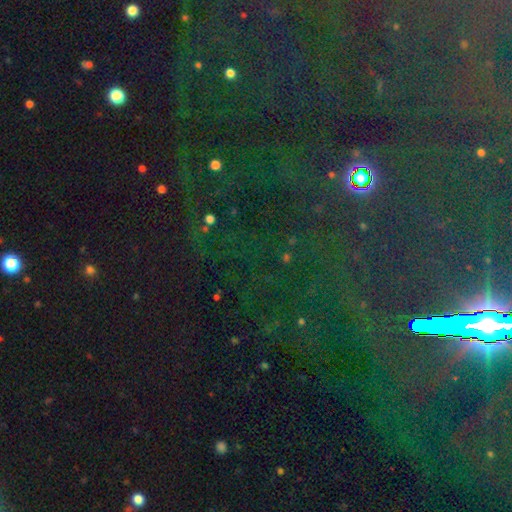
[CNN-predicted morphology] smooth_or_featured: star or artifact (p=0.82) [alt: smooth p=0.10]